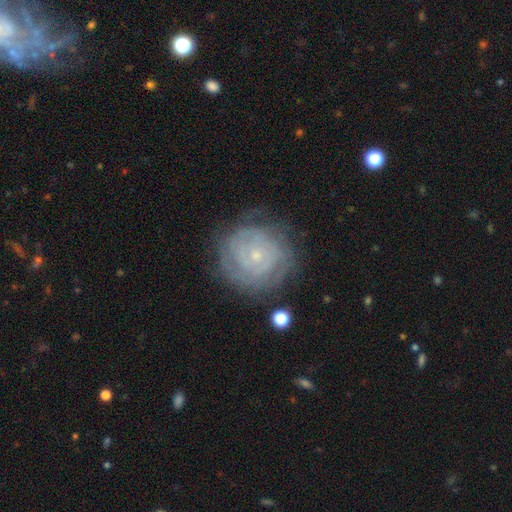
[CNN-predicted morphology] Overall: featured or disk (72%). Edge-on disk: no (98%). Bar: no (82%). Spiral arms: yes (86%). Spiral arm count: can't tell (50%; 2 15%). Spiral winding: tight (81%). Bulge size: small (83%). Merging: none (75%).